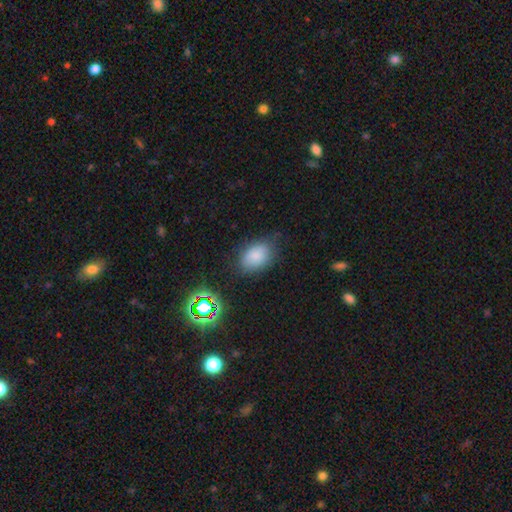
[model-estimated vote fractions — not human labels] Smooth or featured? Predicted: smooth (p=0.81). How rounded? Predicted: in between (p=0.82). Merging? Predicted: none (p=0.69).